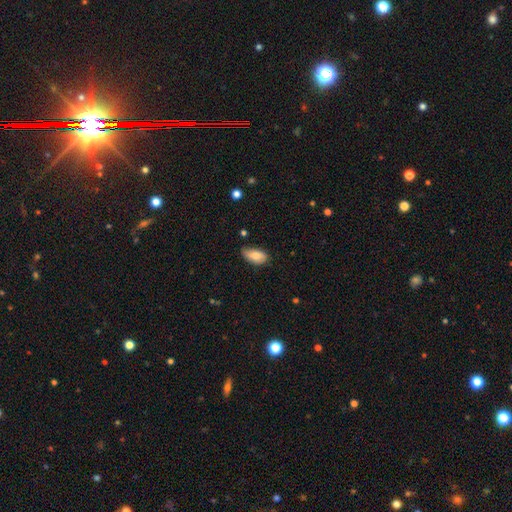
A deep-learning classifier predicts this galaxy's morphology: Smooth or featured? smooth (76%)
How rounded? in between (93%)
Merging? none (60%)